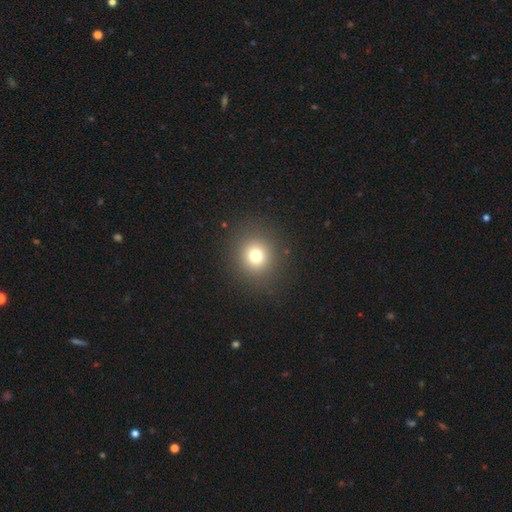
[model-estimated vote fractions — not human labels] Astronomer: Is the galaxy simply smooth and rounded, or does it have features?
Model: smooth — 75%.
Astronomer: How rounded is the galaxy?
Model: round — 89%.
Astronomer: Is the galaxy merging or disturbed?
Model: none — 89%.